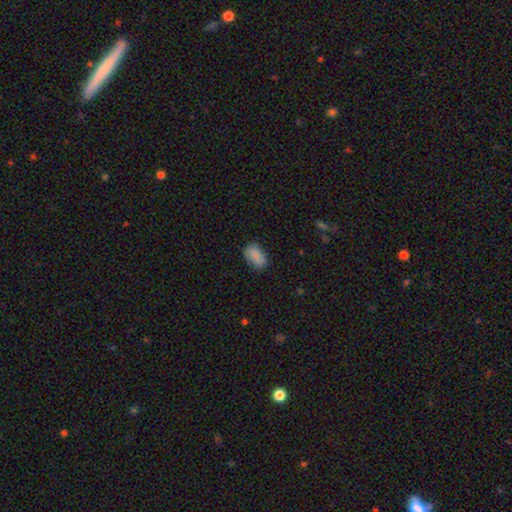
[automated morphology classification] smooth-or-featured: smooth: 85% | star or artifact: 9% | featured or disk: 6%
  how-rounded: in between: 90% | round: 8% | cigar-shaped: 2%
  merging: none: 73% | minor disturbance: 21% | major disturbance: 5% | merger: 2%